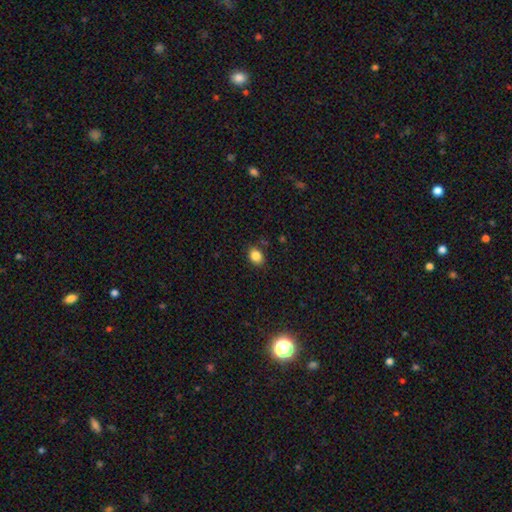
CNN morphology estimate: Smooth or featured?
  - smooth: 85% *
  - star or artifact: 10%
  - featured or disk: 5%
How rounded?
  - in between: 60% *
  - round: 39%
  - cigar-shaped: 1%
Merging?
  - none: 84% *
  - minor disturbance: 11%
  - major disturbance: 3%
  - merger: 2%